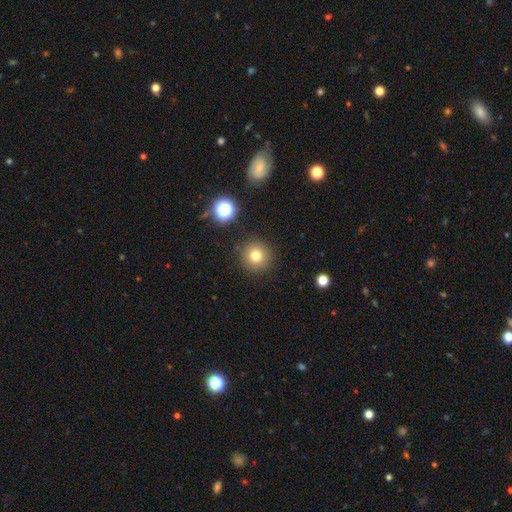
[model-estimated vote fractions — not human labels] A smooth galaxy with no disk features (77%) that is round (94%).

Vote fractions:
- Smooth or featured? smooth: 77% / star or artifact: 15% / featured or disk: 8%
- How rounded? round: 94% / in between: 5% / cigar-shaped: 1%
- Merging? none: 88% / minor disturbance: 6% / major disturbance: 3% / merger: 2%